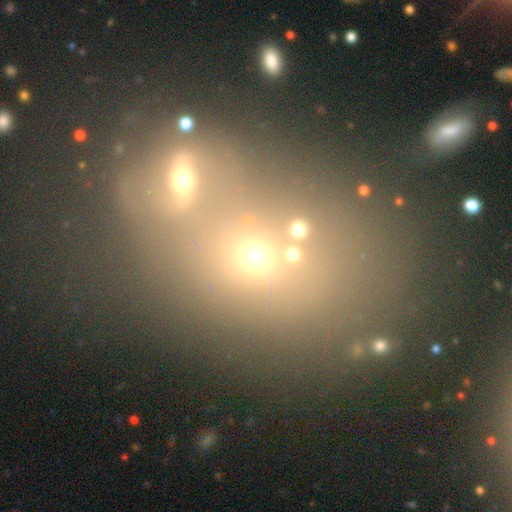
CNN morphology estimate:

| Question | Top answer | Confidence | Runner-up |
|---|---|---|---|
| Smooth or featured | star or artifact | 45% | smooth (38%) |